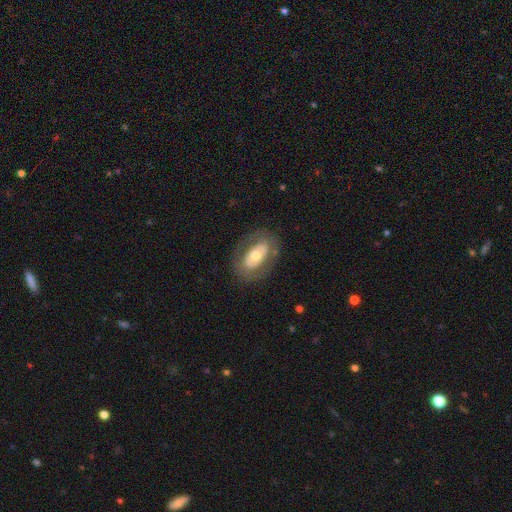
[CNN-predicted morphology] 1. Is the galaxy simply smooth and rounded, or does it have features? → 52% featured or disk, 42% smooth, 6% star or artifact.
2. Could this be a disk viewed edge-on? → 91% no, 9% yes.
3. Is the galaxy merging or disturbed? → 77% none, 13% minor disturbance, 8% major disturbance, 1% merger.